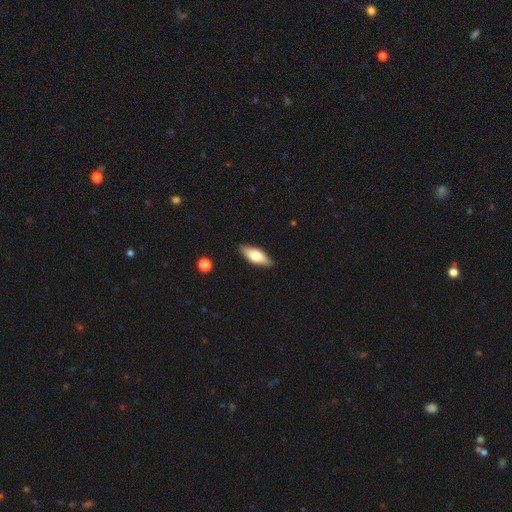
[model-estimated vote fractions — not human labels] A smooth galaxy with no disk features (61%) that is in between round and cigar-shaped (69%). Merging: none (88%).